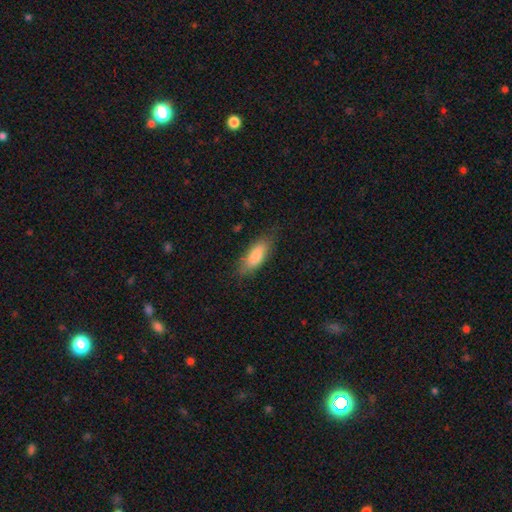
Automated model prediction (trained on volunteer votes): Smooth or featured? Predicted: smooth (p=0.81). How rounded? Predicted: in between (p=0.73). Merging? Predicted: none (p=0.73).